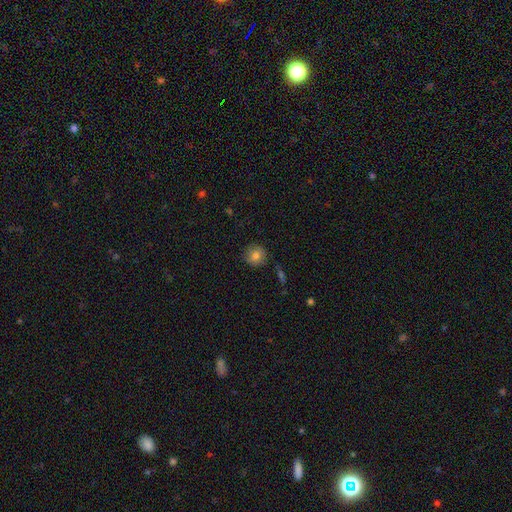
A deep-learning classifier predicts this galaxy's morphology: smooth_or_featured: smooth (p=0.81) [alt: featured or disk p=0.10]
how_rounded: round (p=0.92) [alt: in between p=0.07]
merging: none (p=0.86) [alt: minor disturbance p=0.10]